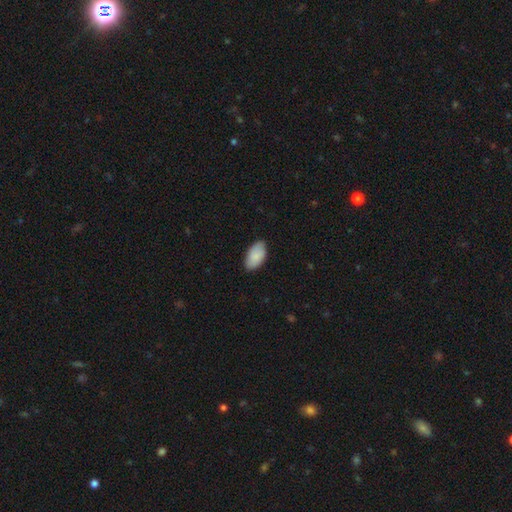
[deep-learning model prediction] smooth 87%, featured or disk 7%, star or artifact 6%. Down the decision tree: how rounded — in between (95%); merging — none (83%).